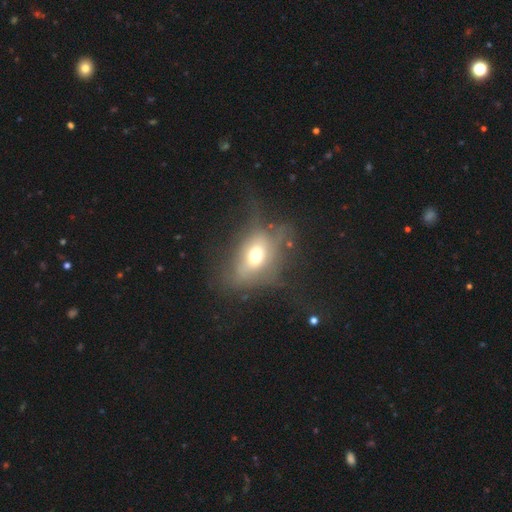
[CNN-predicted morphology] Smooth or featured? smooth (56%)
How rounded? in between (71%)
Merging? none (40%)